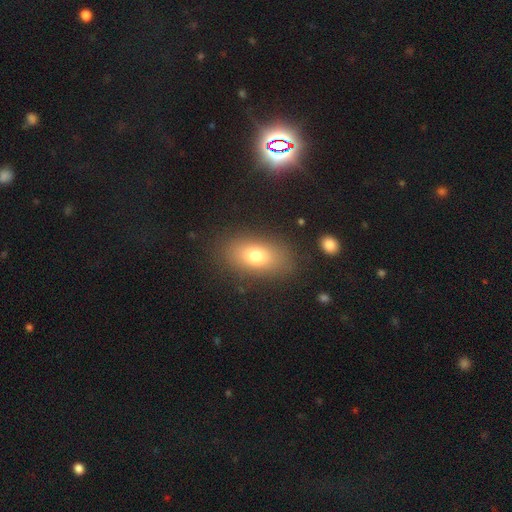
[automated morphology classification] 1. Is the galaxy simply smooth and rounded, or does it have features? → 75% smooth, 14% featured or disk, 11% star or artifact.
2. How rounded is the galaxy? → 86% in between, 11% round, 3% cigar-shaped.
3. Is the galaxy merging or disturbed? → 83% none, 11% minor disturbance, 5% major disturbance, 2% merger.